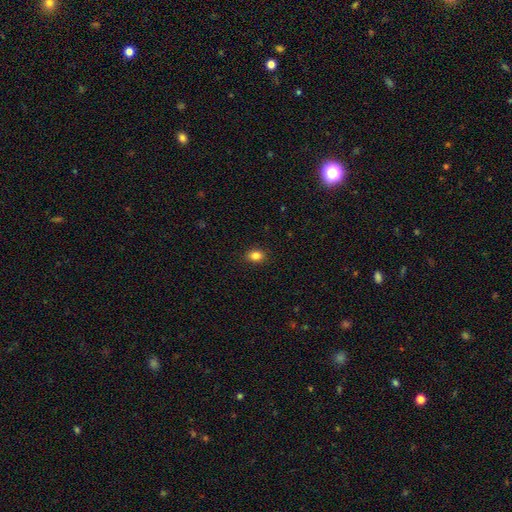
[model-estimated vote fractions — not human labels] This is clearly a smooth galaxy (85%). How rounded: likely in between (68%). Merging: clearly none (89%).